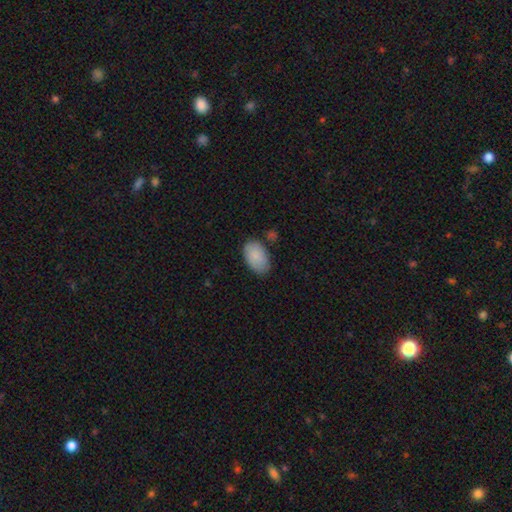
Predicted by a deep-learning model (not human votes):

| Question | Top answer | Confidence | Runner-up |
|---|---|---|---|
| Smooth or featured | smooth | 87% | featured or disk (7%) |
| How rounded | in between | 94% | round (5%) |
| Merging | none | 76% | minor disturbance (17%) |